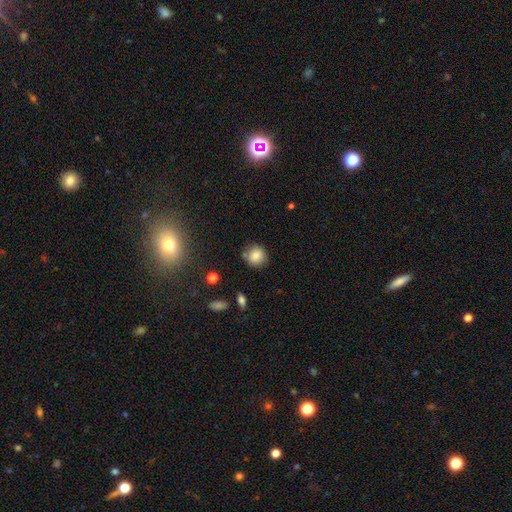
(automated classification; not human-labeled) Smooth or featured: smooth — 83% (star or artifact — 10%)
How rounded: round — 87% (in between — 12%)
Merging: none — 76% (minor disturbance — 14%)